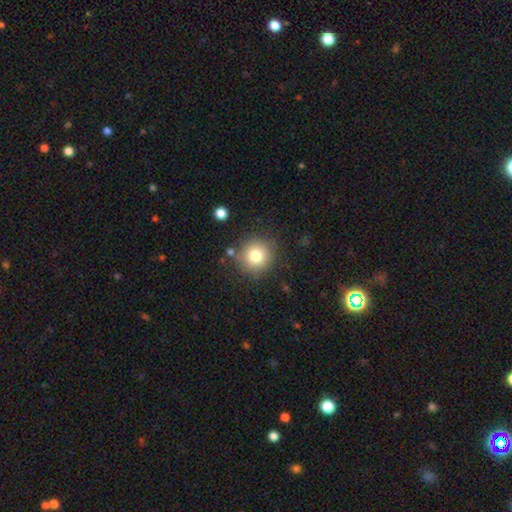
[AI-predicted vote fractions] Q: Smooth or featured?
A: smooth (79%); runner-up: star or artifact (12%)
Q: How rounded?
A: round (92%); runner-up: in between (7%)
Q: Merging?
A: none (83%); runner-up: minor disturbance (10%)